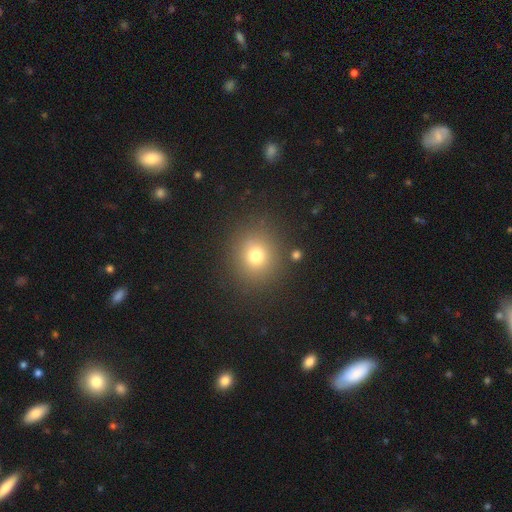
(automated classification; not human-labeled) This is likely a smooth galaxy (74%). How rounded: clearly round (85%). Merging: clearly none (86%).